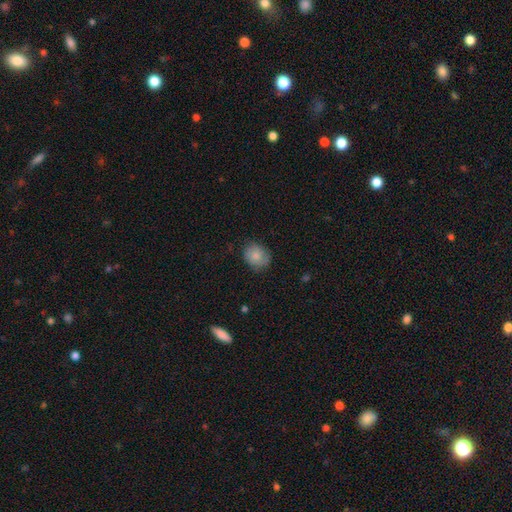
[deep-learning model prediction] A smooth galaxy with no disk features (79%) that is round (56%).

Vote fractions:
- Smooth or featured? smooth: 79% / featured or disk: 13% / star or artifact: 7%
- How rounded? round: 56% / in between: 43% / cigar-shaped: 1%
- Merging? none: 74% / minor disturbance: 20% / major disturbance: 5% / merger: 1%